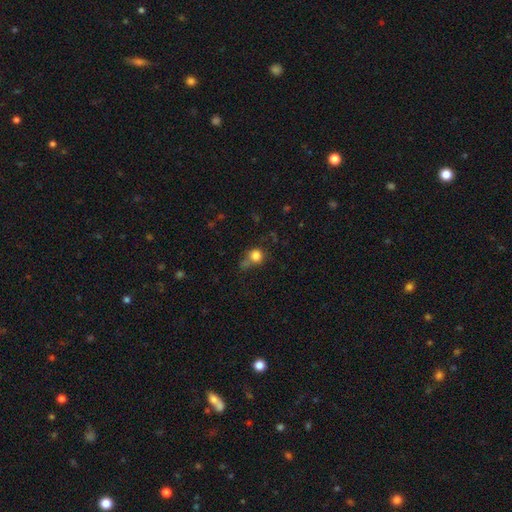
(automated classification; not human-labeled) Overall: smooth (80%). How rounded: round (80%). Merging: none (45%; minor disturbance 26%).